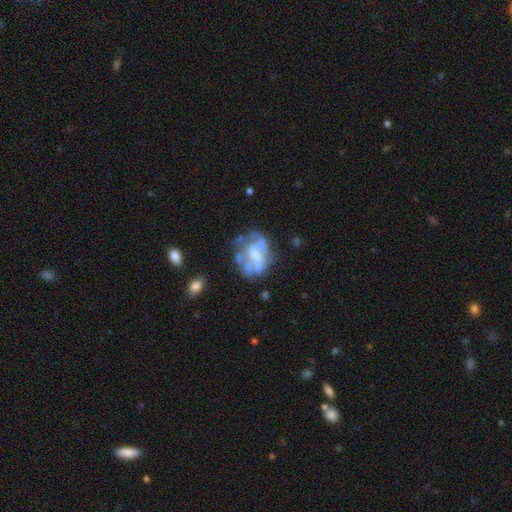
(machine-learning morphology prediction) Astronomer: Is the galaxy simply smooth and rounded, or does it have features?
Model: featured or disk — 68%.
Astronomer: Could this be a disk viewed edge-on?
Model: no — 96%.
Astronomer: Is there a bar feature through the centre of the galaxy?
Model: no — 36% (runner-up: weak, 34%).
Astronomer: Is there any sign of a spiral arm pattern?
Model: no — 63%.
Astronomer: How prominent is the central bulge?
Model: moderate — 35% (runner-up: small, 31%).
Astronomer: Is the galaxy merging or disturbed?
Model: none — 43% (runner-up: major disturbance, 24%).